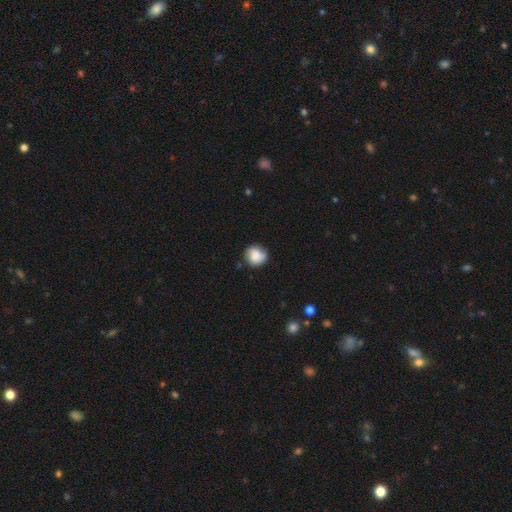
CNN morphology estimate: smooth 65%, featured or disk 27%, star or artifact 8%. Down the decision tree: how rounded — round (85%); merging — none (75%).